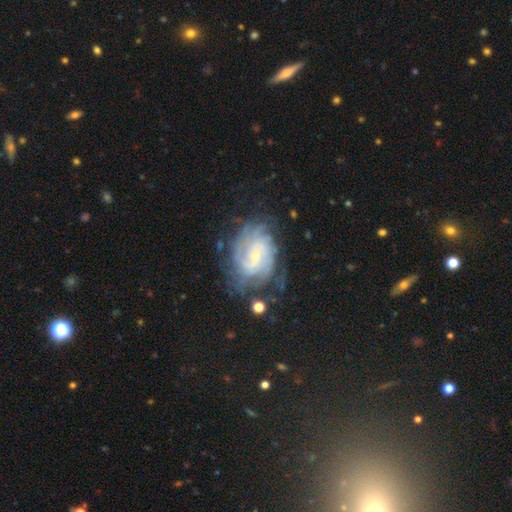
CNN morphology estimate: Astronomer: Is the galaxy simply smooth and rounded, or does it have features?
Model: featured or disk — 82%.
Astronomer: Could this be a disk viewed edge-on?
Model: no — 97%.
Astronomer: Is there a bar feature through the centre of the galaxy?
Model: no — 57% (runner-up: weak, 35%).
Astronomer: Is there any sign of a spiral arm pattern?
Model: yes — 94%.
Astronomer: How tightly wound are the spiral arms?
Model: tight — 61%.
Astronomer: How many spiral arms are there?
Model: can't tell — 40% (runner-up: 4, 17%).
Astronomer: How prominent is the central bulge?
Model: small — 77%.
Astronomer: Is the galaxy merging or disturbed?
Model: none — 64%.